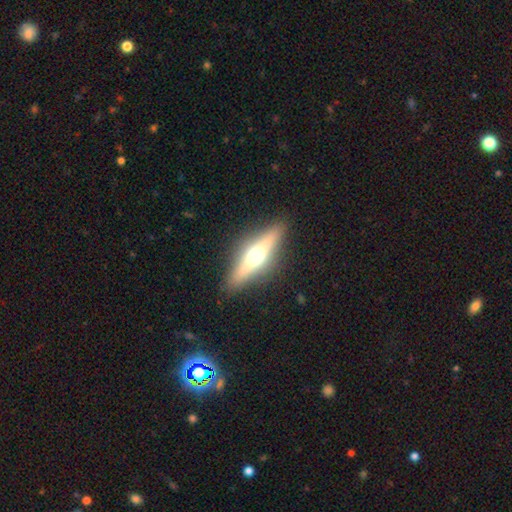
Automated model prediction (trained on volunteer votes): A featured or disk galaxy (63%) viewed edge-on (93%) with a rounded central bulge (96%).

Vote fractions:
- Smooth or featured? featured or disk: 63% / smooth: 29% / star or artifact: 8%
- Edge-on disk? yes: 93% / no: 7%
- Edge-on bulge? rounded: 96% / boxy: 2% / none: 2%
- Merging? none: 89% / minor disturbance: 7% / major disturbance: 2% / merger: 1%